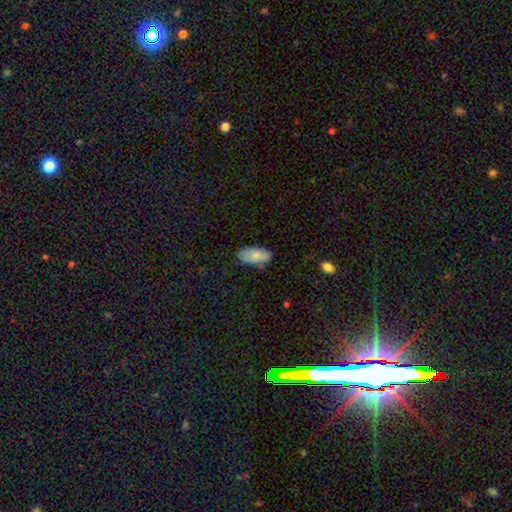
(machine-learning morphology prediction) Smooth or featured?
  - smooth: 84% *
  - featured or disk: 10%
  - star or artifact: 6%
How rounded?
  - in between: 92% *
  - cigar-shaped: 6%
  - round: 2%
Merging?
  - none: 71% *
  - minor disturbance: 22%
  - major disturbance: 4%
  - merger: 4%